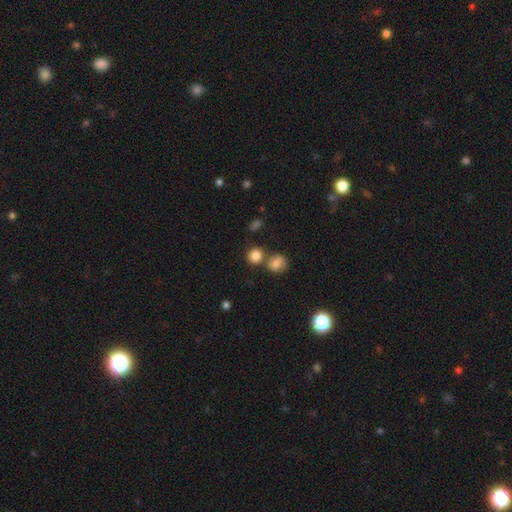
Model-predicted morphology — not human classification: Smooth or featured? smooth (84%)
How rounded? round (80%)
Merging? none (59%)